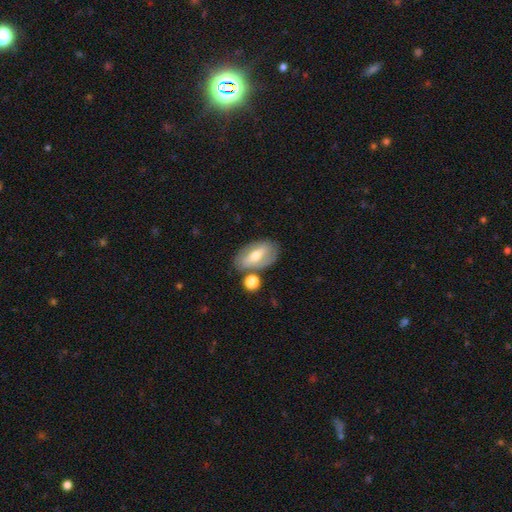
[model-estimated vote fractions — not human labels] Smooth or featured? Predicted: featured or disk (p=0.57). Edge-on disk? Predicted: no (p=0.87). Merging? Predicted: none (p=0.72).